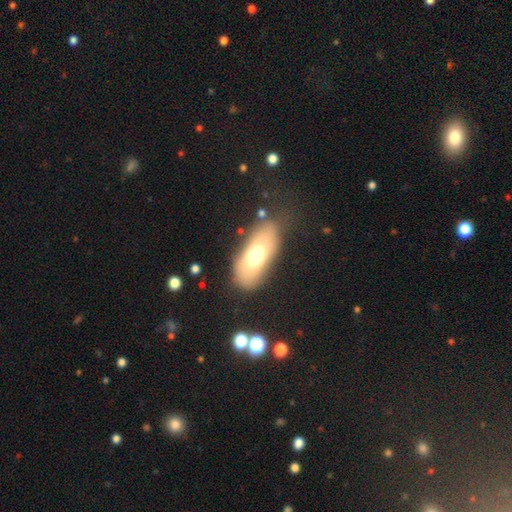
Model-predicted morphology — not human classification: Q: Smooth or featured?
A: smooth (69%); runner-up: featured or disk (21%)
Q: How rounded?
A: in between (85%); runner-up: cigar-shaped (10%)
Q: Merging?
A: none (71%); runner-up: minor disturbance (17%)